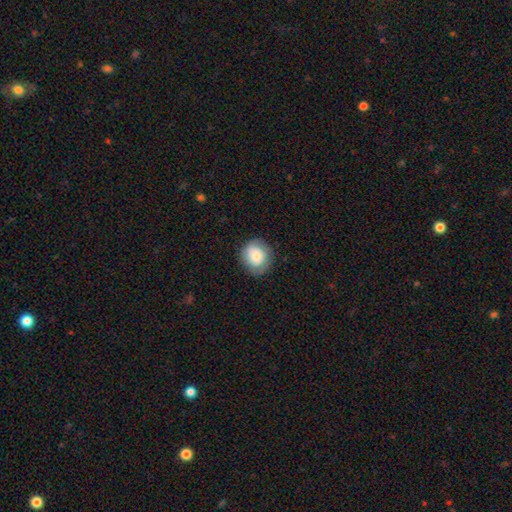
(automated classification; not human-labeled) smooth-or-featured: smooth: 74% | featured or disk: 18% | star or artifact: 8%
  how-rounded: round: 80% | in between: 19% | cigar-shaped: 1%
  merging: none: 78% | minor disturbance: 16% | major disturbance: 5% | merger: 1%